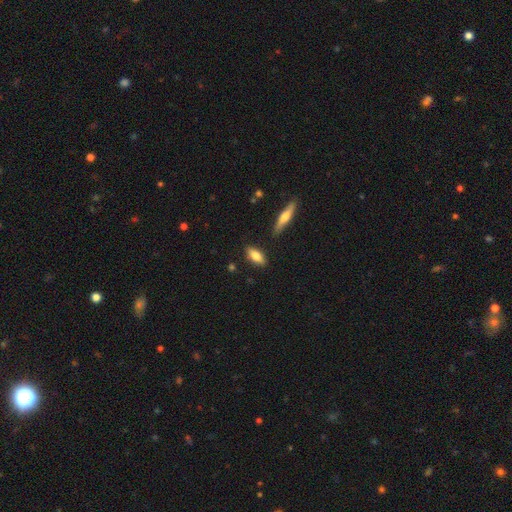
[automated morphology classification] Smooth or featured? Predicted: smooth (p=0.73). How rounded? Predicted: in between (p=0.73). Merging? Predicted: none (p=0.85).